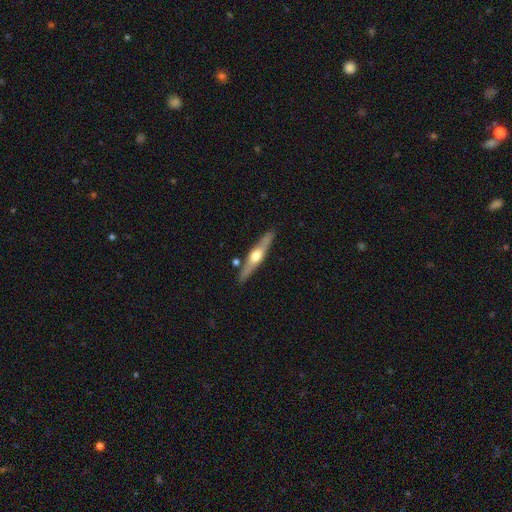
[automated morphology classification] smooth_or_featured: featured or disk (p=0.67) [alt: smooth p=0.28]
disk_edge_on: yes (p=0.95) [alt: no p=0.05]
edge_on_bulge: rounded (p=0.94) [alt: none p=0.03]
merging: none (p=0.86) [alt: minor disturbance p=0.09]